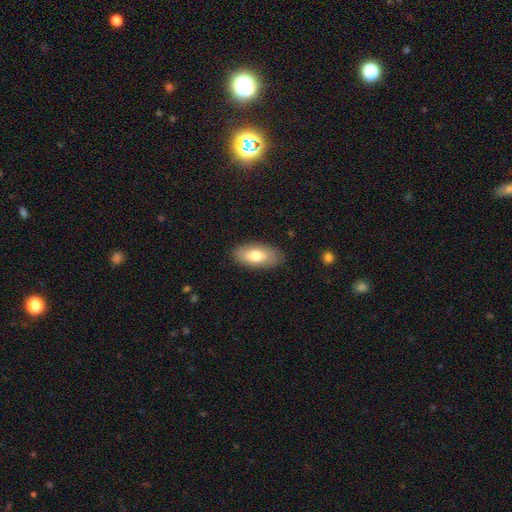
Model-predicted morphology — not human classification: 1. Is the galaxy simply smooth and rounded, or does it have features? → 74% smooth, 19% featured or disk, 6% star or artifact.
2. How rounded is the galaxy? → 89% in between, 8% cigar-shaped, 3% round.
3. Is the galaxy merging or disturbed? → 86% none, 11% minor disturbance, 3% major disturbance, 1% merger.